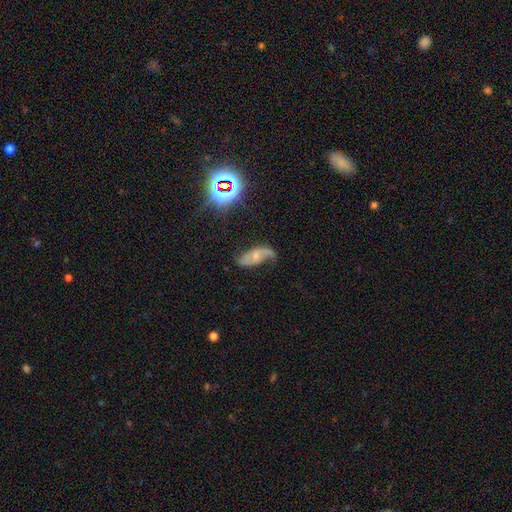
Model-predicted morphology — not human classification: smooth-or-featured: featured or disk: 72% | smooth: 17% | star or artifact: 11%
  disk-edge-on: no: 94% | yes: 6%
    bar: no: 48% | weak: 38% | strong: 14%
    has-spiral-arms: yes: 90% | no: 10%
      spiral-winding: loose: 66% | medium: 26% | tight: 8%
      spiral-arm-count: 2: 80% | 1: 11% | can't tell: 6% | 3: 1% | 4: 1% | more than 4: 1%
    bulge-size: small: 52% | moderate: 32% | none: 13% | large: 2% | dominant: 1%
  merging: none: 54% | minor disturbance: 25% | major disturbance: 17% | merger: 3%